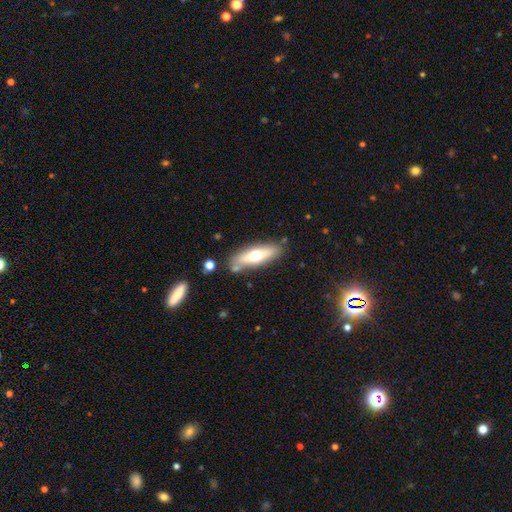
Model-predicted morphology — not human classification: The model was most divided on "how rounded": cigar-shaped: 49%, in between: 48%, round: 2%. More confident: merging — none (78%); smooth or featured — smooth (56%).